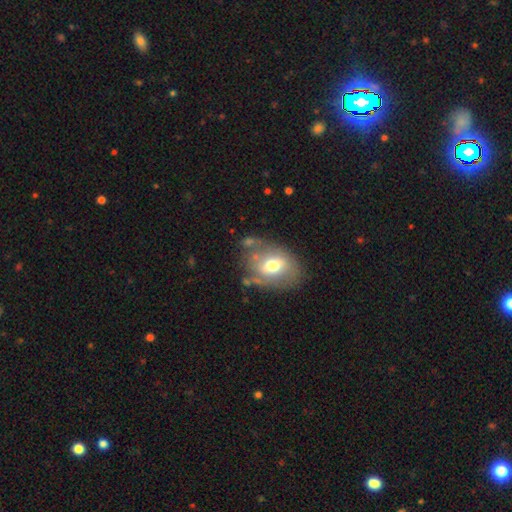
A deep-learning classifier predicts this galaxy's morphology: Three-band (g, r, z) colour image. It shows a smooth galaxy with no disk features (53%) that is in between round and cigar-shaped (68%). Merging: none (54%).